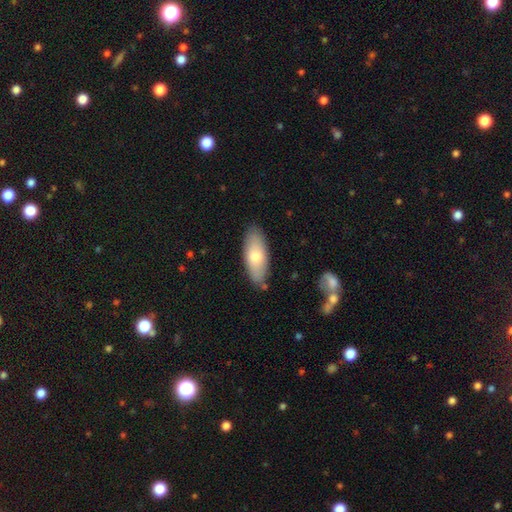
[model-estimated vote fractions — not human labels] smooth_or_featured: smooth (p=0.68) [alt: featured or disk p=0.25]
how_rounded: in between (p=0.77) [alt: cigar-shaped p=0.21]
merging: none (p=0.85) [alt: minor disturbance p=0.11]